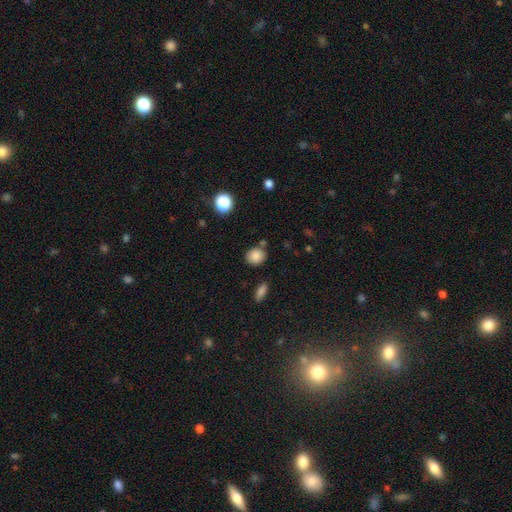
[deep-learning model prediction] This is clearly a smooth galaxy (85%). How rounded: likely round (69%). Merging: likely none (77%).